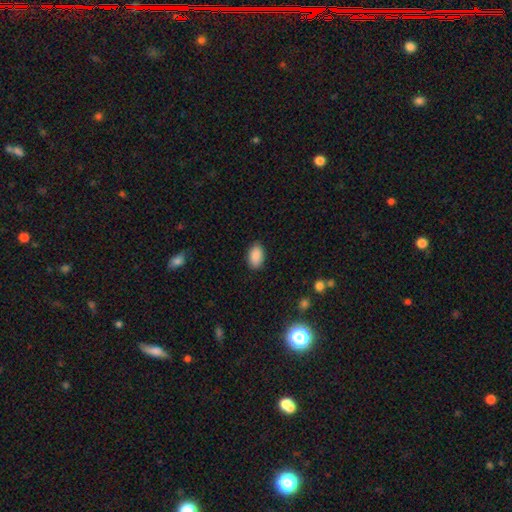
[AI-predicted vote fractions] The model was most divided on "merging": none: 86%, minor disturbance: 10%, major disturbance: 2%, merger: 1%. More confident: how rounded — in between (92%); smooth or featured — smooth (89%).